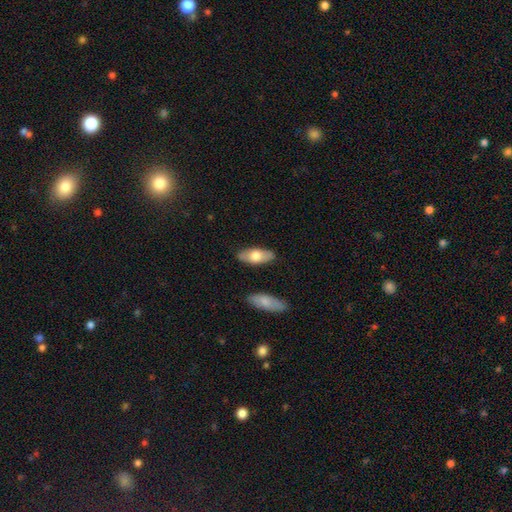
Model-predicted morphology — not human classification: A smooth galaxy with no disk features (67%) that is in between round and cigar-shaped (84%). Merging: none (85%).